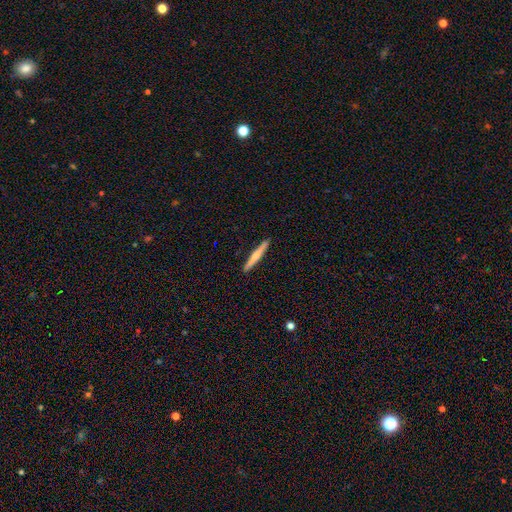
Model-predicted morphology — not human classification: This is possibly a smooth galaxy (48%). Merging: clearly none (92%).